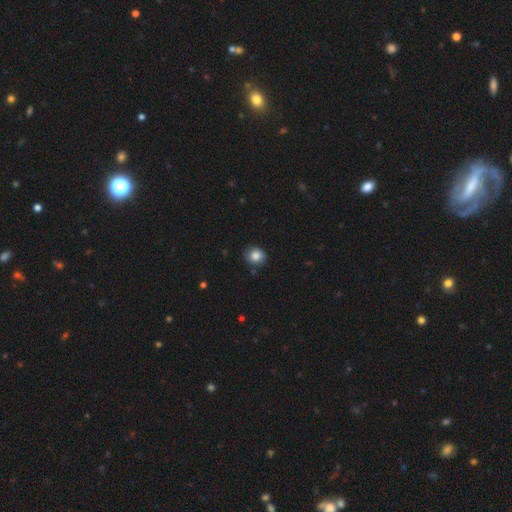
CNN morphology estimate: This appears to be a smooth galaxy with no disk features (84%) that is round (78%). Merging: none (83%).